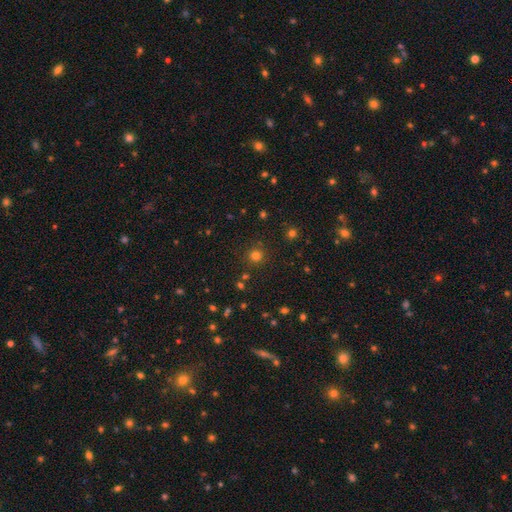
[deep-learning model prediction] Smooth or featured: smooth — 75% (star or artifact — 19%)
How rounded: round — 94% (in between — 5%)
Merging: none — 87% (minor disturbance — 7%)